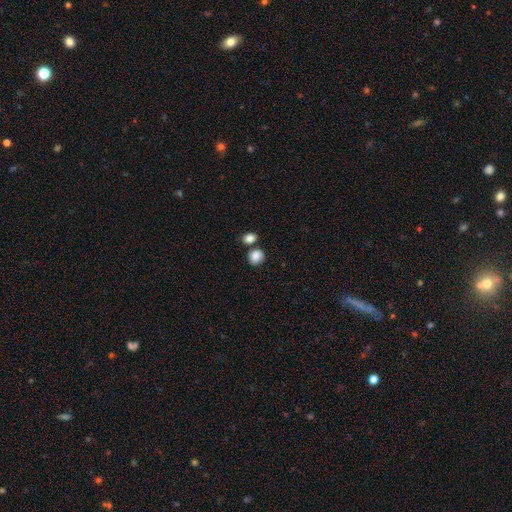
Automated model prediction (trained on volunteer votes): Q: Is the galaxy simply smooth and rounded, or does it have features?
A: smooth — 83%.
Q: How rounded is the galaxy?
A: round — 72%.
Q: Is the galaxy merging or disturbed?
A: none — 64%.